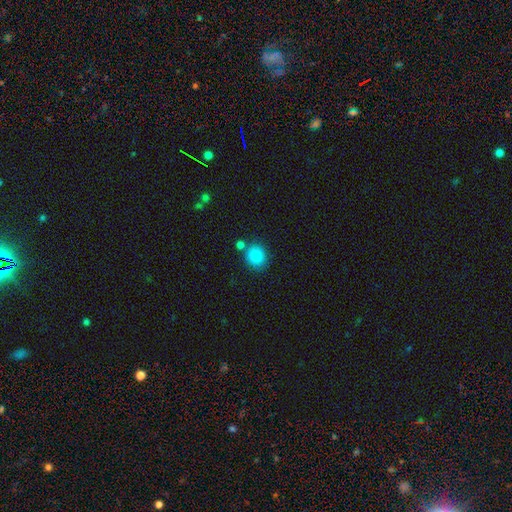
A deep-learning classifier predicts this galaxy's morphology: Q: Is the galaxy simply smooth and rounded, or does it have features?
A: smooth — 87%.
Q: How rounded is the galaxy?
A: round — 71%.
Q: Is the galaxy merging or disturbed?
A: none — 75%.